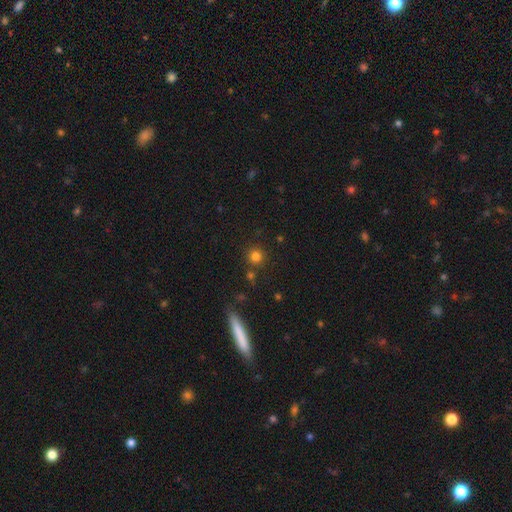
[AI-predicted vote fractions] smooth_or_featured: smooth (p=0.78) [alt: star or artifact p=0.15]
how_rounded: round (p=0.93) [alt: in between p=0.06]
merging: none (p=0.81) [alt: minor disturbance p=0.08]